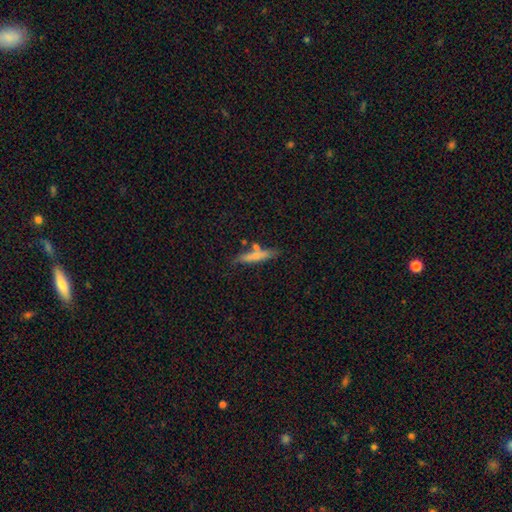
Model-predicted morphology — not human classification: Q: Smooth or featured?
A: smooth (64%); runner-up: featured or disk (29%)
Q: How rounded?
A: cigar-shaped (88%); runner-up: in between (10%)
Q: Merging?
A: none (69%); runner-up: minor disturbance (14%)